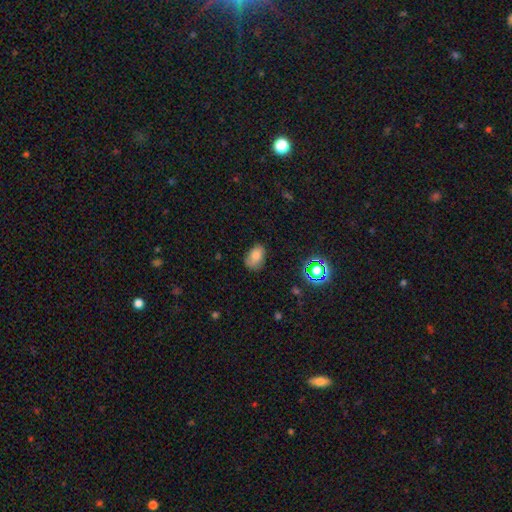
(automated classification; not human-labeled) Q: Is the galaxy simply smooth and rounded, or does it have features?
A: smooth — 79%.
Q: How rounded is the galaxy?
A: in between — 84%.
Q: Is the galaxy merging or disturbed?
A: none — 65%.